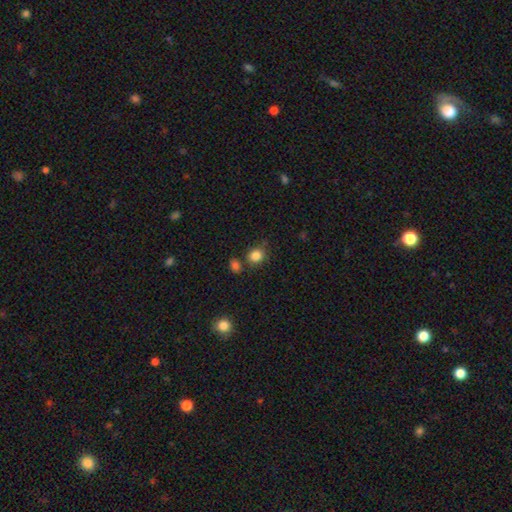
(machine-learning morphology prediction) smooth_or_featured: smooth (p=0.84) [alt: star or artifact p=0.11]
how_rounded: round (p=0.73) [alt: in between p=0.26]
merging: none (p=0.72) [alt: minor disturbance p=0.13]